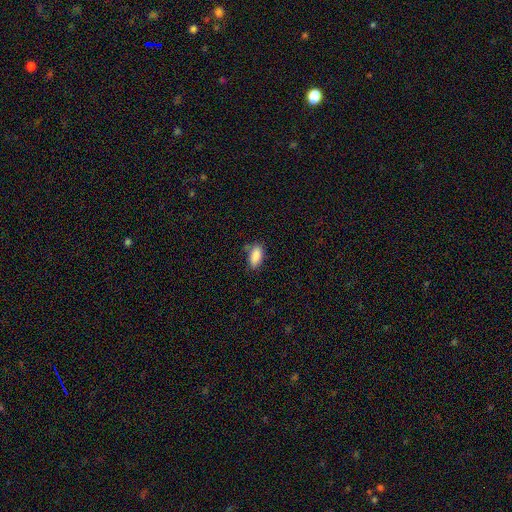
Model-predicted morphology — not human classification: Q: Smooth or featured?
A: smooth (87%); runner-up: star or artifact (8%)
Q: How rounded?
A: in between (88%); runner-up: cigar-shaped (9%)
Q: Merging?
A: none (71%); runner-up: minor disturbance (20%)